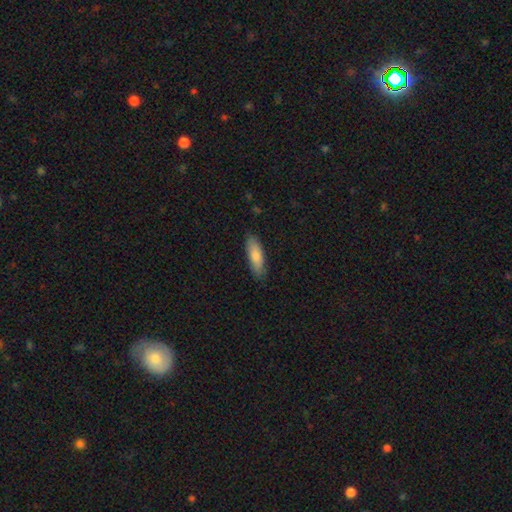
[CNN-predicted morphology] smooth_or_featured: smooth (p=0.82) [alt: featured or disk p=0.13]
how_rounded: in between (p=0.53) [alt: cigar-shaped p=0.45]
merging: none (p=0.84) [alt: minor disturbance p=0.13]